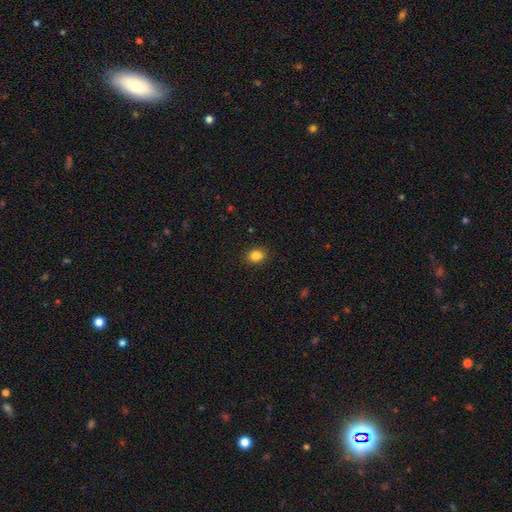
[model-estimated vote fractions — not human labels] Smooth or featured? Predicted: smooth (p=0.85). How rounded? Predicted: round (p=0.51). Merging? Predicted: none (p=0.89).